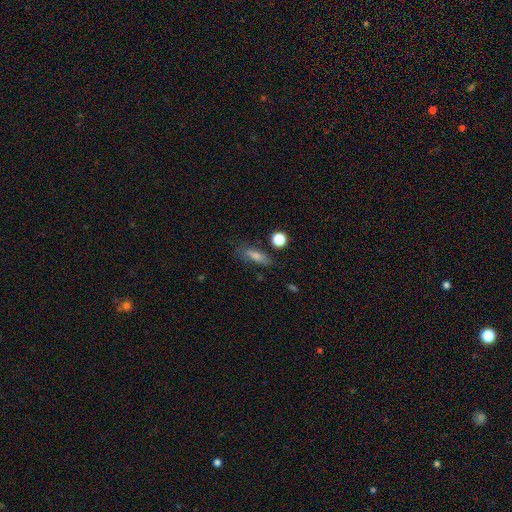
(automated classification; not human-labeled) This appears to be a smooth galaxy with no disk features (58%) that is in between round and cigar-shaped (50%). Merging: none (69%).